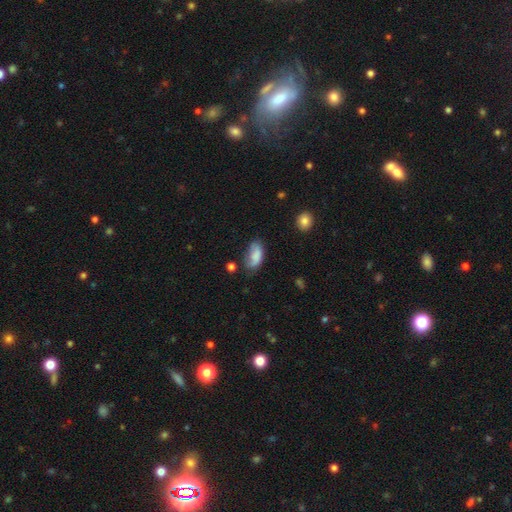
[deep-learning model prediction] Smooth or featured? Predicted: smooth (p=0.76). How rounded? Predicted: in between (p=0.92). Merging? Predicted: none (p=0.47).